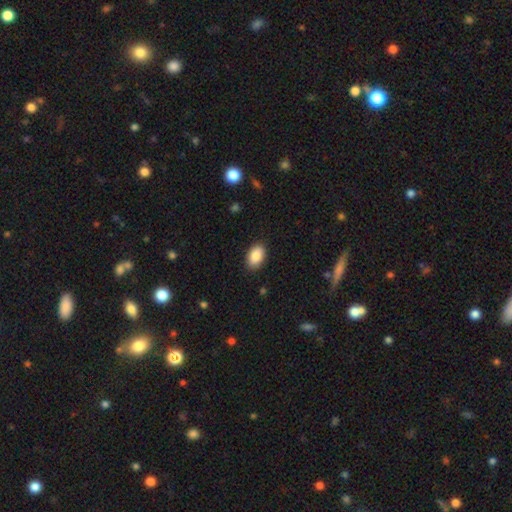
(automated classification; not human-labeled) Morphology: type=smooth (88%); roundness=in between (91%); merging=none (89%).